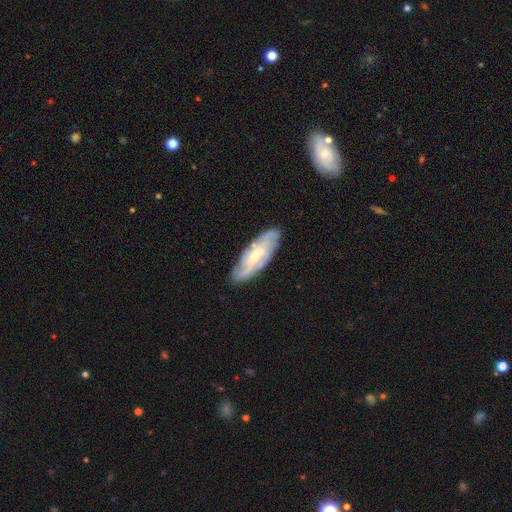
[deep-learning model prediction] Smooth or featured?
  - featured or disk: 76% *
  - smooth: 18%
  - star or artifact: 6%
Edge-on disk?
  - no: 85% *
  - yes: 15%
Bar?
  - no: 59% *
  - weak: 34%
  - strong: 8%
Spiral arms?
  - yes: 92% *
  - no: 8%
Spiral winding?
  - tight: 52% *
  - medium: 36%
  - loose: 12%
Spiral arm count?
  - can't tell: 37% *
  - 2: 21%
  - 3: 20%
  - 4: 13%
  - more than 4: 4%
  - 1: 4%
Bulge size?
  - small: 54% *
  - moderate: 42%
  - large: 2%
  - none: 2%
  - dominant: 1%
Merging?
  - none: 79% *
  - minor disturbance: 15%
  - major disturbance: 4%
  - merger: 1%